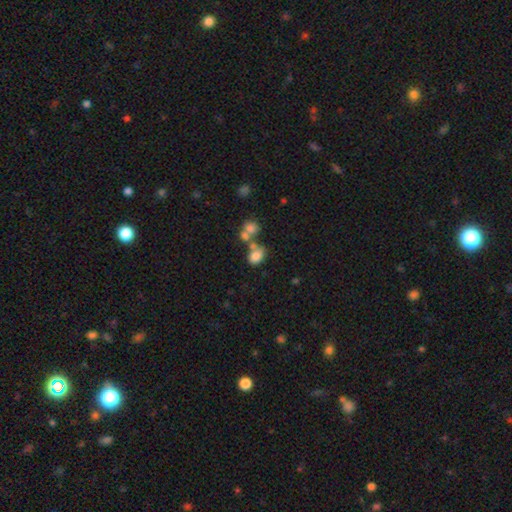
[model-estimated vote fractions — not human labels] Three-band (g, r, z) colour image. It shows a smooth galaxy with no disk features (77%) that is in between round and cigar-shaped (68%). Merging: none (39%, tied with merger).